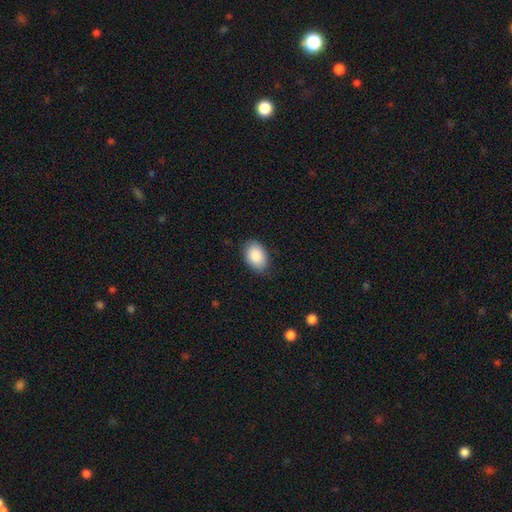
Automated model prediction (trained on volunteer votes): Overall: smooth (90%). How rounded: in between (88%). Merging: none (84%).